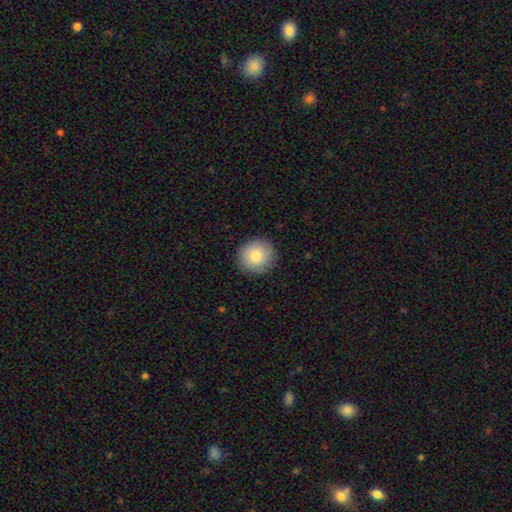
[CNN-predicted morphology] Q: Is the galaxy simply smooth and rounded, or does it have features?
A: smooth — 84%.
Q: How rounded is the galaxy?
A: round — 93%.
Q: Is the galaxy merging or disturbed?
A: none — 89%.